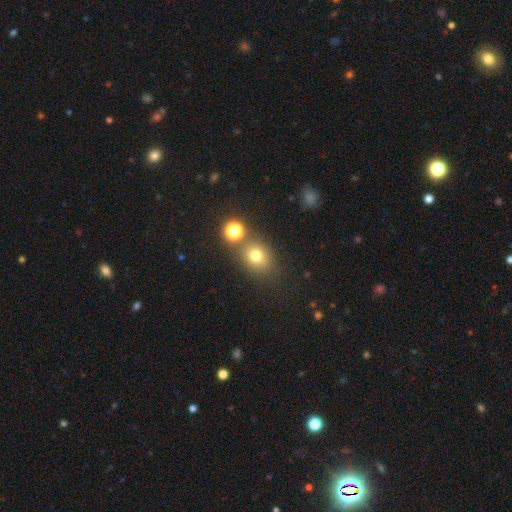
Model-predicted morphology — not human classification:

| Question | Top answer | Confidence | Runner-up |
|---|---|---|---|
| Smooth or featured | smooth | 73% | star or artifact (18%) |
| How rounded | round | 64% | in between (35%) |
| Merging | none | 71% | merger (13%) |